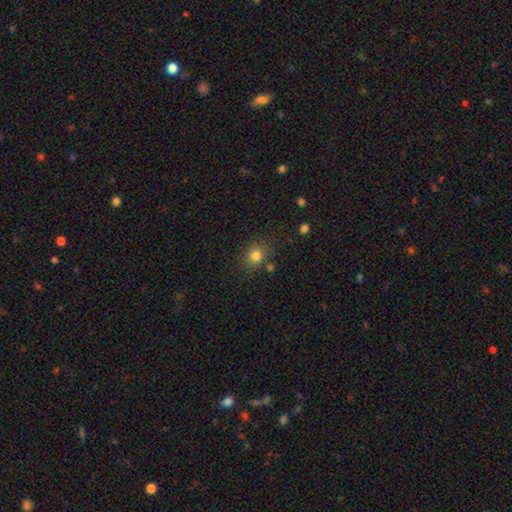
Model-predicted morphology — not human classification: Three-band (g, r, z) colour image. It shows a smooth galaxy with no disk features (80%) that is round (69%). Merging: none (78%).